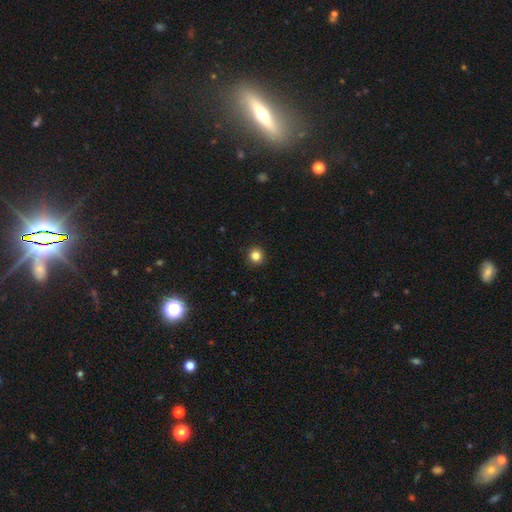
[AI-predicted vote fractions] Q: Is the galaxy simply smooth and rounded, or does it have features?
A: smooth — 83%.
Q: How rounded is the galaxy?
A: round — 94%.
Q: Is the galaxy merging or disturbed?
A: none — 93%.